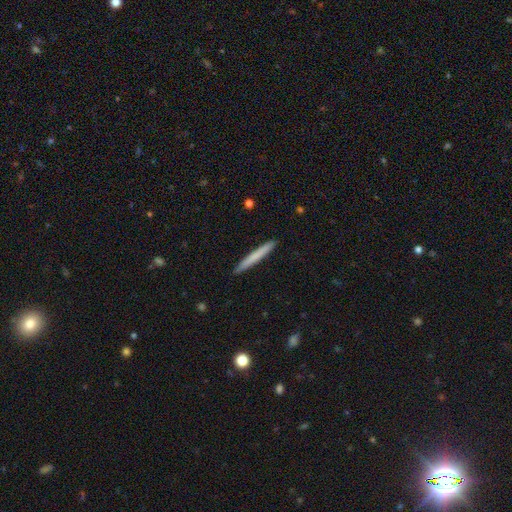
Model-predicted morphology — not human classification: smooth 70%, featured or disk 24%, star or artifact 5%. Down the decision tree: how rounded — cigar-shaped (97%); merging — none (92%).